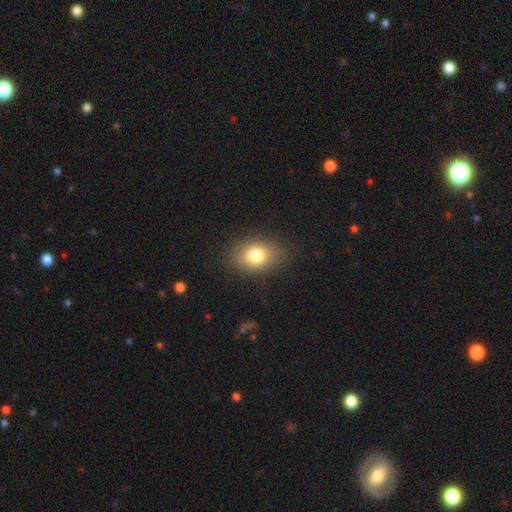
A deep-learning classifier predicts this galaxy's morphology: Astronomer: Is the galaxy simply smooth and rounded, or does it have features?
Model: smooth — 80%.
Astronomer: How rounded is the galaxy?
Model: in between — 68%.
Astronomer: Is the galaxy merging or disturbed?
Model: none — 85%.